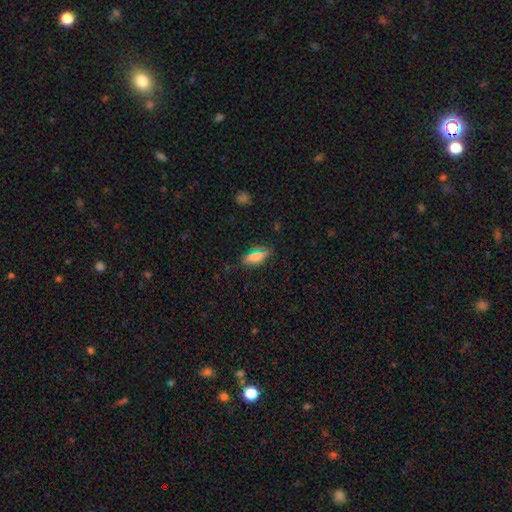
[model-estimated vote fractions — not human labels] The model was most divided on "smooth or featured": smooth: 71%, star or artifact: 18%, featured or disk: 11%. More confident: how rounded — in between (83%); merging — none (80%).